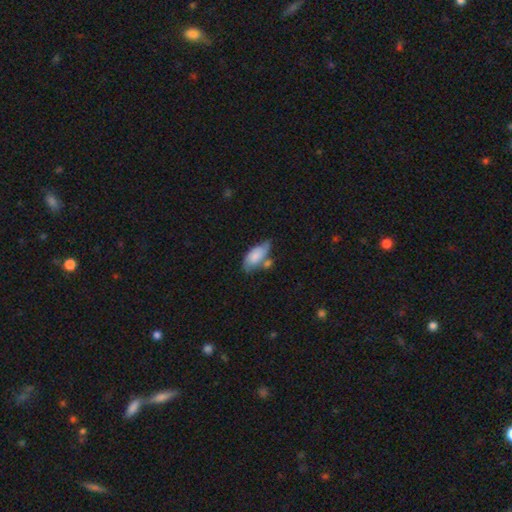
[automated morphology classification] This appears to be a smooth galaxy with no disk features (74%) that is in between round and cigar-shaped (87%). Merging: none (44%).